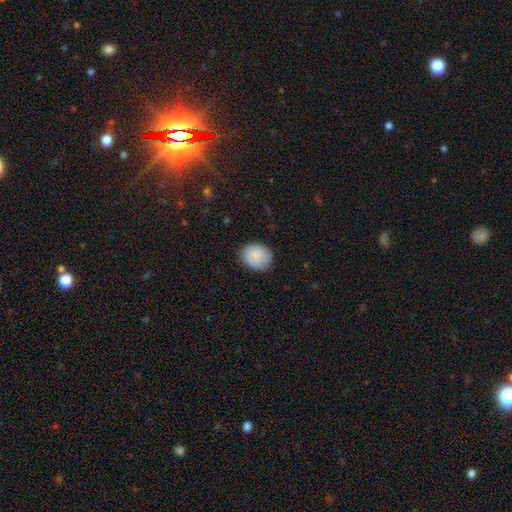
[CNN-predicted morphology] smooth-or-featured: smooth: 82% | featured or disk: 12% | star or artifact: 7%
  how-rounded: round: 63% | in between: 36% | cigar-shaped: 1%
  merging: none: 81% | minor disturbance: 15% | major disturbance: 3% | merger: 1%